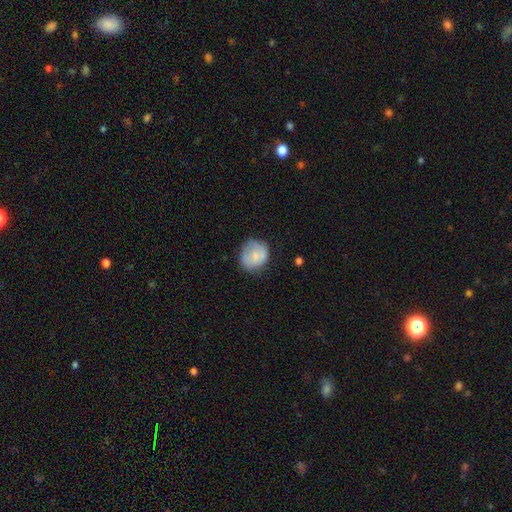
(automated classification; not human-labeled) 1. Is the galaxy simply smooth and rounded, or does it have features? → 71% smooth, 22% featured or disk, 7% star or artifact.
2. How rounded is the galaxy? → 76% round, 23% in between, 1% cigar-shaped.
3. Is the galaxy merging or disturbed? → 65% none, 24% minor disturbance, 9% major disturbance, 2% merger.